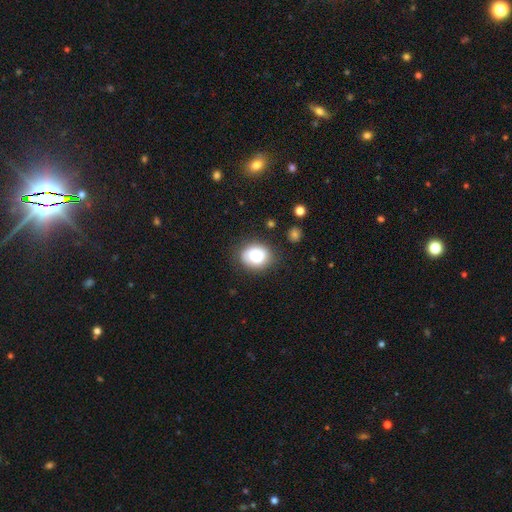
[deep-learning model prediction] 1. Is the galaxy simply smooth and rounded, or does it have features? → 78% smooth, 12% featured or disk, 9% star or artifact.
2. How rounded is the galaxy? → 52% round, 47% in between, 1% cigar-shaped.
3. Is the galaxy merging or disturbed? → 75% none, 16% minor disturbance, 5% major disturbance, 3% merger.